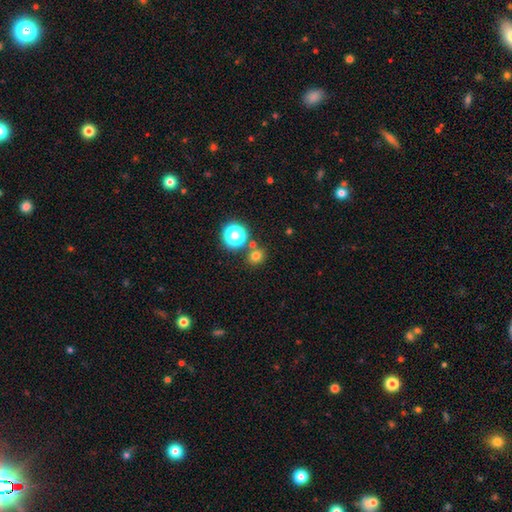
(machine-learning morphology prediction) type=smooth (72%); roundness=round (83%); merging=none (76%).